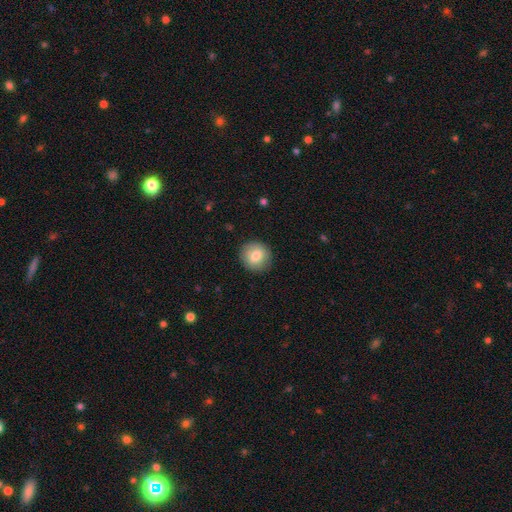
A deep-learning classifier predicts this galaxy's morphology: A smooth galaxy with no disk features (80%) that is round (91%). Merging: none (89%).